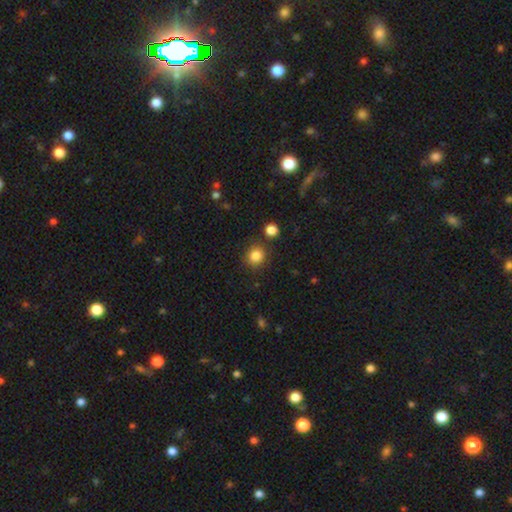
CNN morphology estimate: smooth 84%, star or artifact 11%, featured or disk 5%. Down the decision tree: how rounded — round (86%); merging — none (83%).